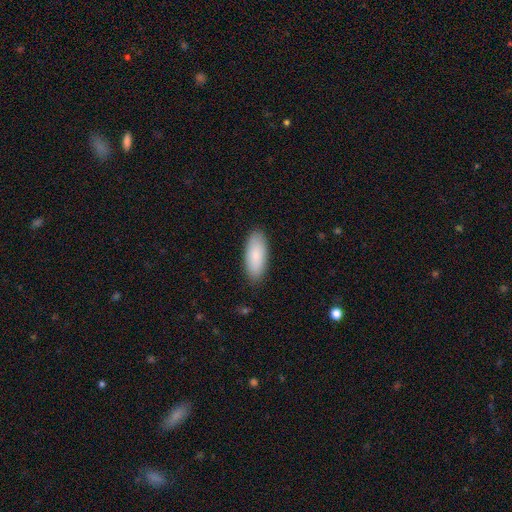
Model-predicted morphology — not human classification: Smooth or featured? Predicted: smooth (p=0.84). How rounded? Predicted: in between (p=0.81). Merging? Predicted: none (p=0.88).